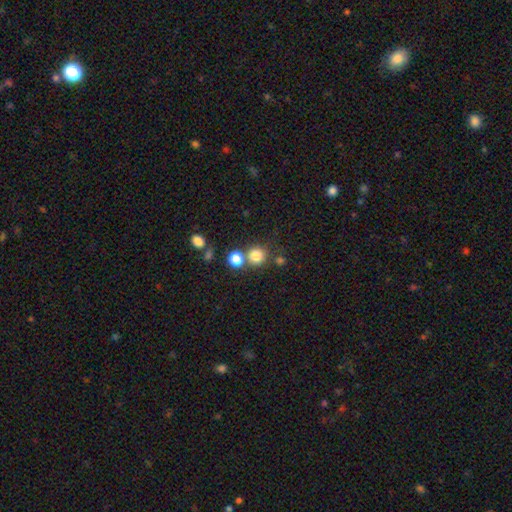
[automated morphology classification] Smooth or featured: smooth — 80% (star or artifact — 14%)
How rounded: round — 92% (in between — 7%)
Merging: none — 68% (merger — 21%)